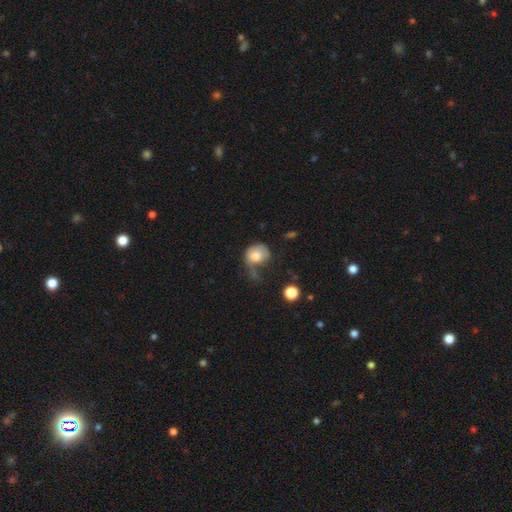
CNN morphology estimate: Q: Smooth or featured?
A: smooth (71%); runner-up: featured or disk (21%)
Q: How rounded?
A: round (60%); runner-up: in between (39%)
Q: Merging?
A: major disturbance (47%); runner-up: minor disturbance (23%)